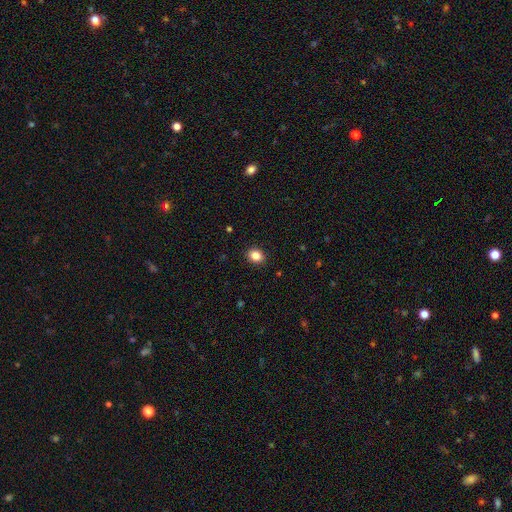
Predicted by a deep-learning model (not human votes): A smooth galaxy with no disk features (85%) that is in between round and cigar-shaped (51%). Merging: none (90%).